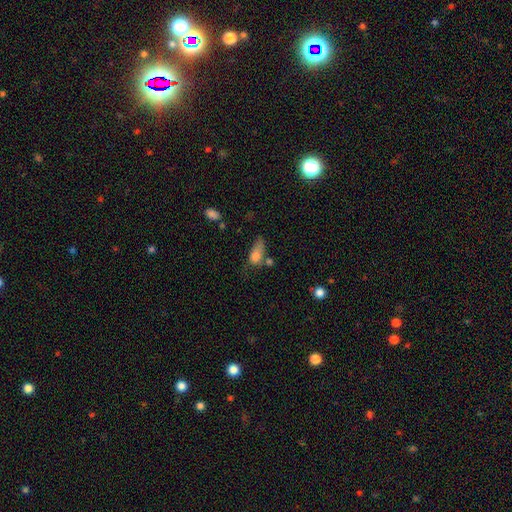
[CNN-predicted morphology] Smooth or featured?
  - smooth: 77% *
  - featured or disk: 13%
  - star or artifact: 10%
How rounded?
  - in between: 80% *
  - cigar-shaped: 11%
  - round: 8%
Merging?
  - minor disturbance: 30% *
  - none: 27%
  - major disturbance: 27%
  - merger: 16%